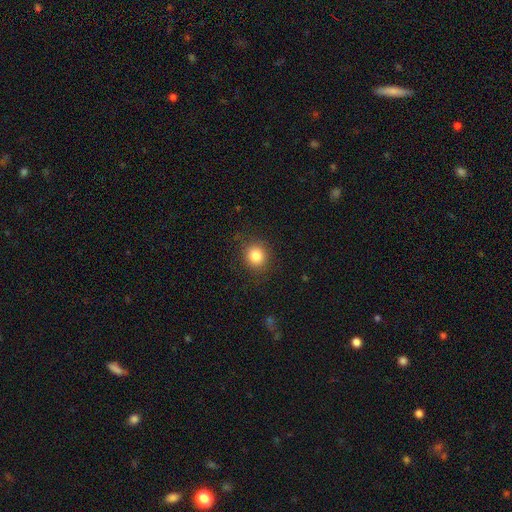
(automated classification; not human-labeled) Smooth or featured? smooth (84%)
How rounded? round (85%)
Merging? none (88%)